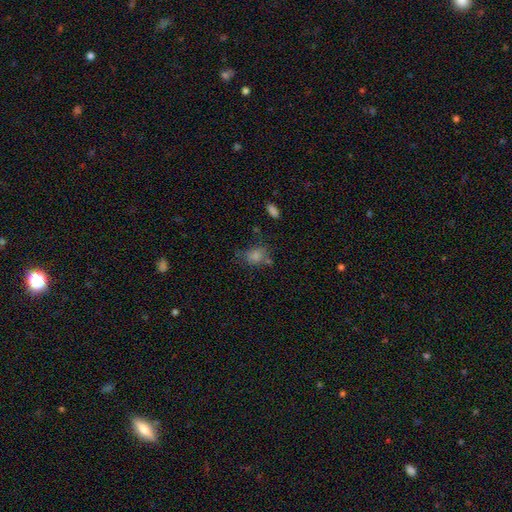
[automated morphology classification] A smooth galaxy with no disk features (59%) that is round (49%, tied with in between). Merging: none (61%).